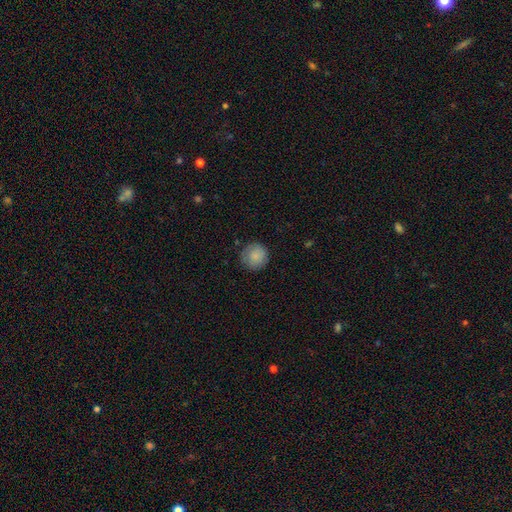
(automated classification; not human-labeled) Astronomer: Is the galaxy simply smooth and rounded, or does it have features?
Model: smooth — 85%.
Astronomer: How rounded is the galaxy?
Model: round — 94%.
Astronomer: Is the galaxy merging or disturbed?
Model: none — 84%.